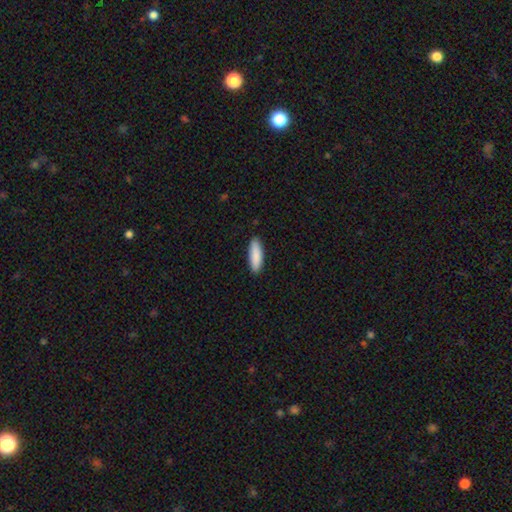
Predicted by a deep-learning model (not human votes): The model was most divided on "how rounded": cigar-shaped: 52%, in between: 47%, round: 1%. More confident: merging — none (90%); smooth or featured — smooth (90%).